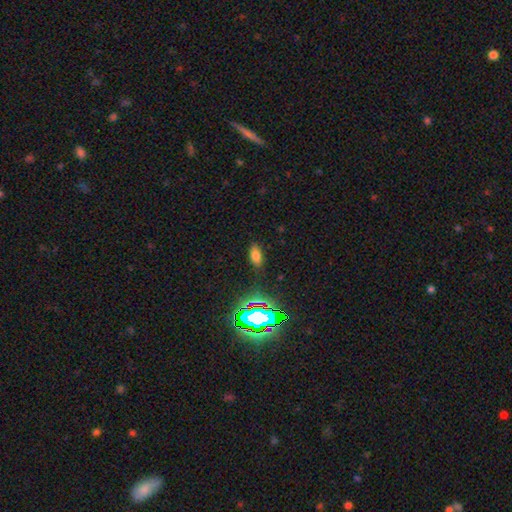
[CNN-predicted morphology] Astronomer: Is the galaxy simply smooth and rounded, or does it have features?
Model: smooth — 69%.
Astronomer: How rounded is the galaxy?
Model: in between — 88%.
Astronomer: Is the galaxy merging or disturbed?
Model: none — 84%.